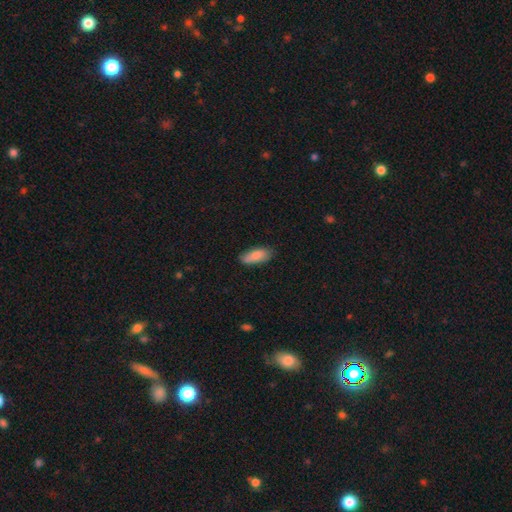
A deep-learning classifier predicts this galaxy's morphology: smooth_or_featured: smooth (p=0.85) [alt: featured or disk p=0.09]
how_rounded: in between (p=0.77) [alt: cigar-shaped p=0.21]
merging: none (p=0.78) [alt: minor disturbance p=0.18]